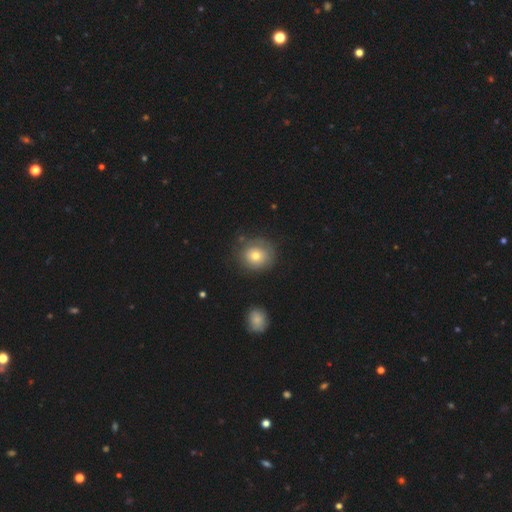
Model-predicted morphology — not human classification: smooth 68%, featured or disk 23%, star or artifact 9%. Down the decision tree: how rounded — round (86%); merging — none (75%).